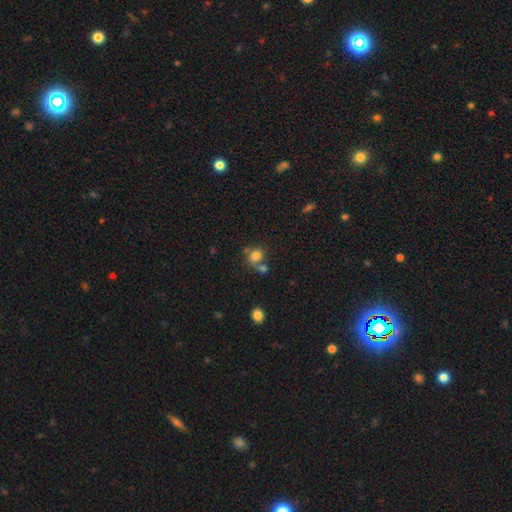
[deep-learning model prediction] This is likely a smooth galaxy (76%). How rounded: likely round (74%). Merging: marginally none (43%).